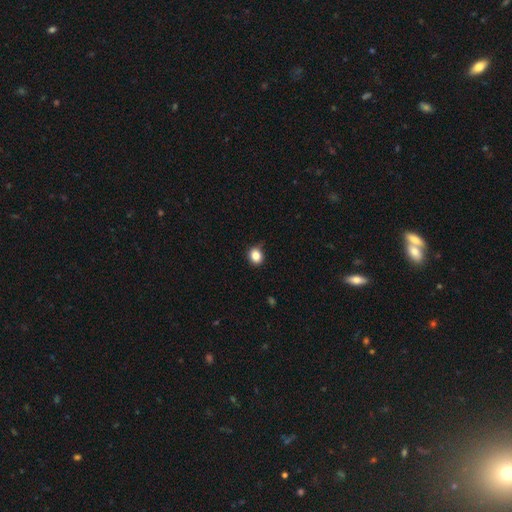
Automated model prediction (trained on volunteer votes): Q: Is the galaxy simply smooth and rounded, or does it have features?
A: smooth — 85%.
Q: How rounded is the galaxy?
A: round — 64%.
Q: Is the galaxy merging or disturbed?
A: none — 83%.